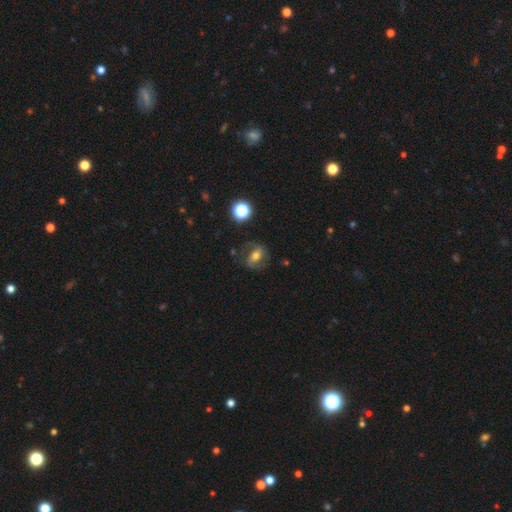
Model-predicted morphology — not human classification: Overall: featured or disk (52%; smooth 36%). Edge-on disk: no (95%). Merging: none (70%).